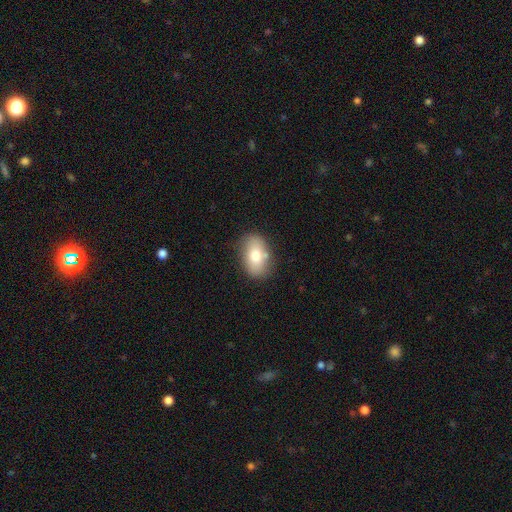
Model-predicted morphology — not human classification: Q: Smooth or featured?
A: smooth (74%); runner-up: featured or disk (18%)
Q: How rounded?
A: in between (87%); runner-up: round (12%)
Q: Merging?
A: none (77%); runner-up: minor disturbance (15%)